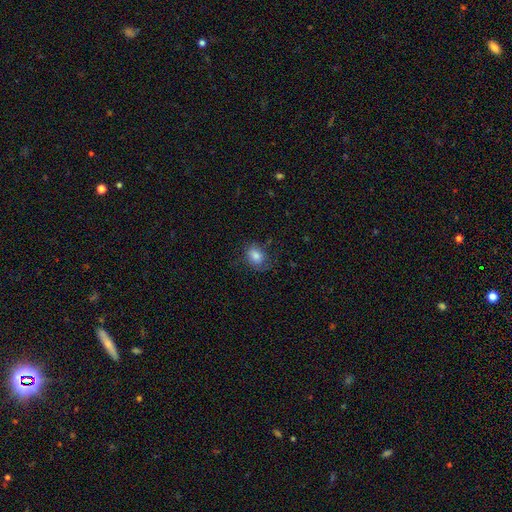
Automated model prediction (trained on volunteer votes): A smooth galaxy with no disk features (80%) that is in between round and cigar-shaped (68%).

Vote fractions:
- Smooth or featured? smooth: 80% / featured or disk: 11% / star or artifact: 9%
- How rounded? in between: 68% / round: 31% / cigar-shaped: 1%
- Merging? none: 65% / minor disturbance: 23% / major disturbance: 10% / merger: 2%